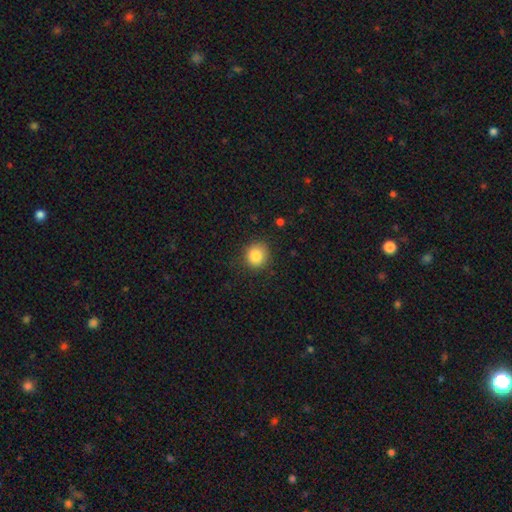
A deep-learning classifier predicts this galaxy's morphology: Smooth or featured: smooth — 84% (star or artifact — 10%)
How rounded: round — 86% (in between — 13%)
Merging: none — 85% (minor disturbance — 11%)